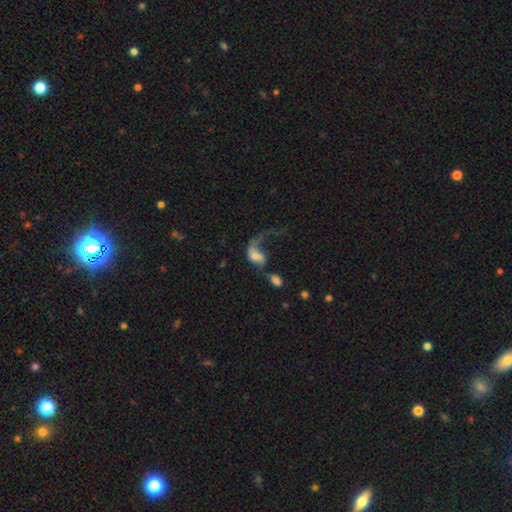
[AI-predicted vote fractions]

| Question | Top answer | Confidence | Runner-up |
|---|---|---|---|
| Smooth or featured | featured or disk | 46% | smooth (44%) |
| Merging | major disturbance | 48% | merger (30%) |